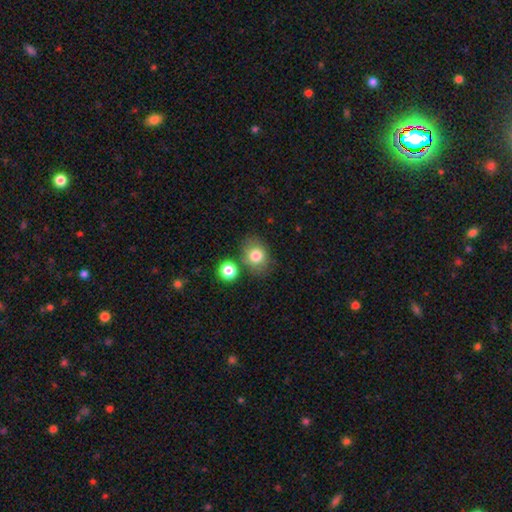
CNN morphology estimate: Smooth or featured: smooth — 79% (featured or disk — 11%)
How rounded: round — 50% (in between — 49%)
Merging: none — 68% (minor disturbance — 15%)